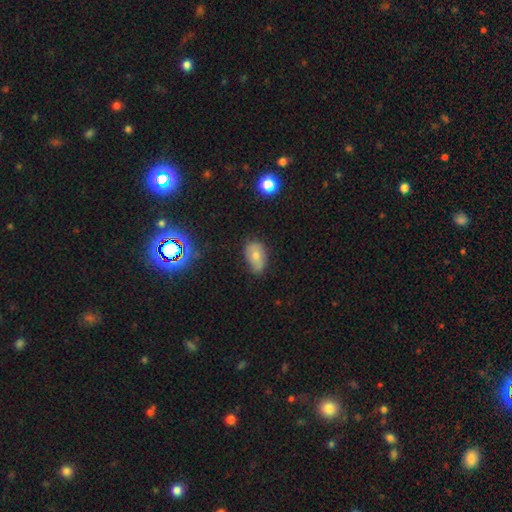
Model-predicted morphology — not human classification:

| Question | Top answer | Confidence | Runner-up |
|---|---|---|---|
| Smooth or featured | smooth | 68% | featured or disk (20%) |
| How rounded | in between | 86% | round (13%) |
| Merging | none | 51% | minor disturbance (37%) |